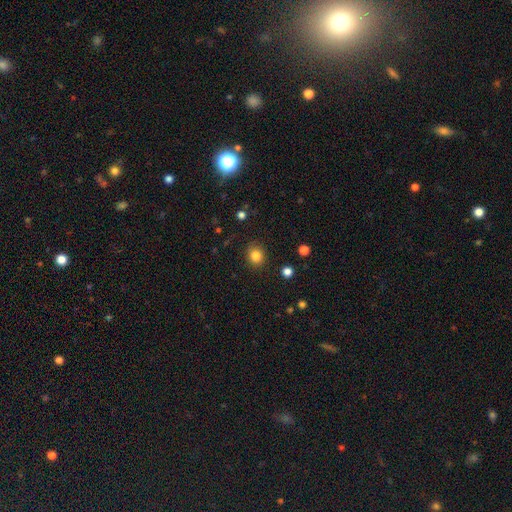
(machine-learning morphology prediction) Smooth or featured: smooth — 83% (star or artifact — 11%)
How rounded: round — 75% (in between — 24%)
Merging: none — 87% (minor disturbance — 9%)